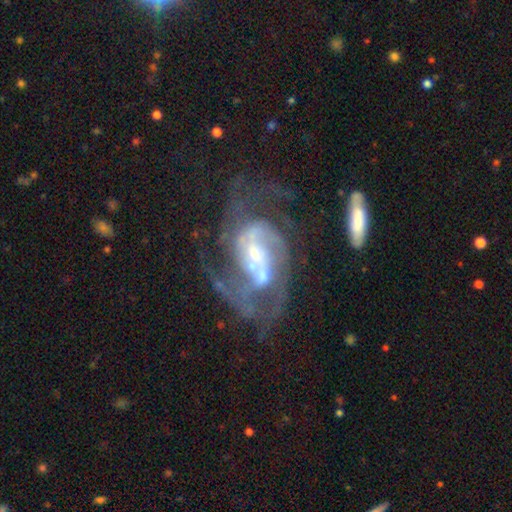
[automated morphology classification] A featured or disk galaxy (85%) with no bar (49%), 2 (40%) medium (46%) spiral arms (91%) and a small central bulge (55%).

Vote fractions:
- Smooth or featured? featured or disk: 85% / smooth: 8% / star or artifact: 7%
- Edge-on disk? no: 97% / yes: 3%
- Bar? no: 49% / weak: 37% / strong: 14%
- Spiral arms? yes: 91% / no: 9%
- Spiral winding? medium: 46% / tight: 33% / loose: 21%
- Spiral arm count? 2: 40% / can't tell: 27% / 3: 17% / 1: 6% / 4: 5% / more than 4: 4%
- Bulge size? small: 55% / moderate: 34% / none: 5% / large: 4% / dominant: 1%
- Merging? none: 32% / major disturbance: 30% / merger: 24% / minor disturbance: 14%